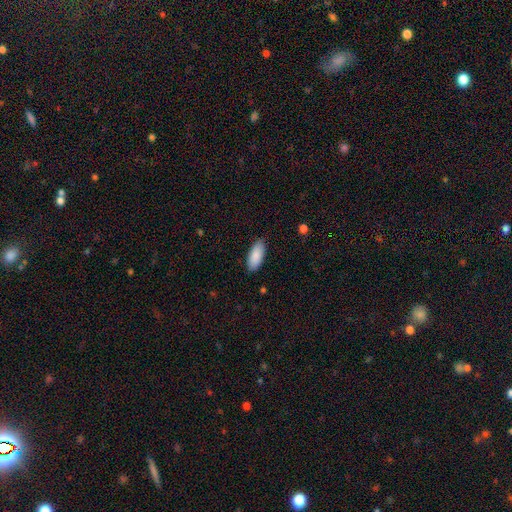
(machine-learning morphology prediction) Q: Smooth or featured?
A: smooth (89%); runner-up: star or artifact (6%)
Q: How rounded?
A: in between (88%); runner-up: cigar-shaped (11%)
Q: Merging?
A: none (86%); runner-up: minor disturbance (11%)